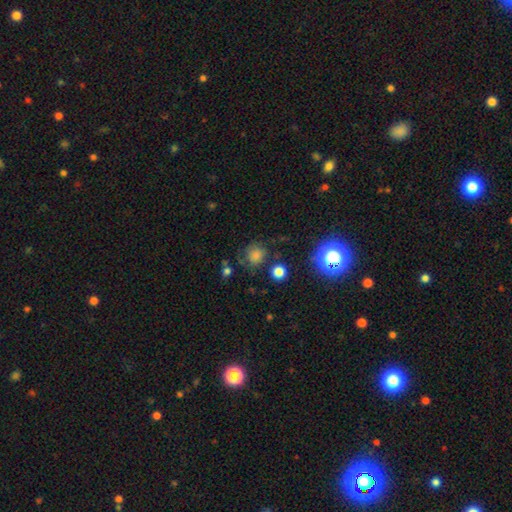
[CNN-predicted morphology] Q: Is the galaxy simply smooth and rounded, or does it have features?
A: smooth — 67%.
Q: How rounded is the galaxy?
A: round — 82%.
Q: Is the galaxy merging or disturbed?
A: none — 69%.